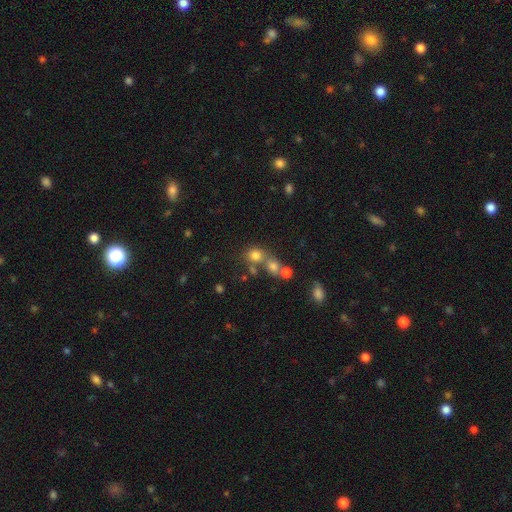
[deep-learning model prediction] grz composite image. It shows a smooth galaxy with no disk features (73%) that is round (77%). Merging: none (48%).